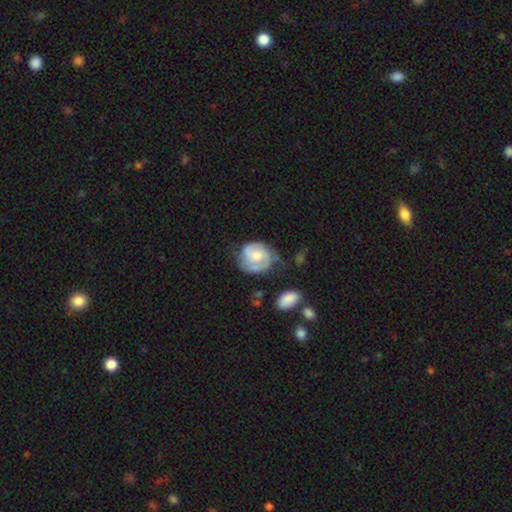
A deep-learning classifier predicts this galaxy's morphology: featured or disk 70%, smooth 24%, star or artifact 6%. Down the decision tree: edge-on disk — no (98%); bar — no (67%); spiral arms — yes (89%); spiral arm count — 2 (65%); spiral winding — tight (50%); bulge size — moderate (46%); merging — none (55%).